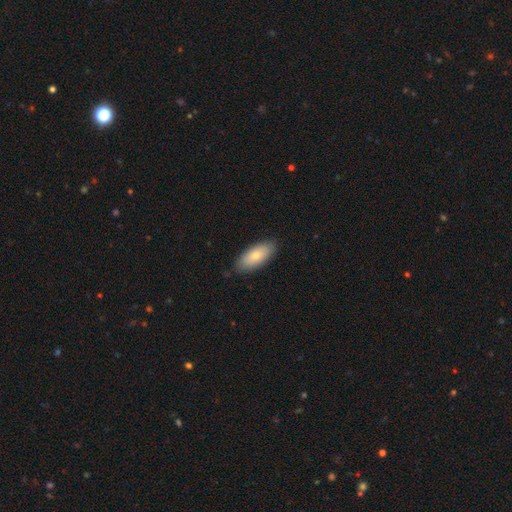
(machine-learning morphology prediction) This is likely a smooth galaxy (76%). How rounded: clearly in between (86%). Merging: clearly none (85%).